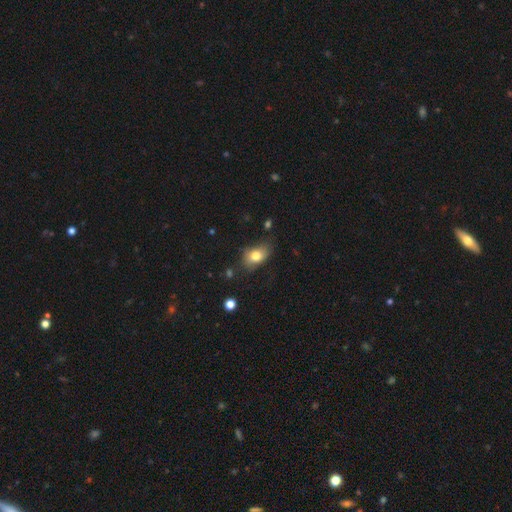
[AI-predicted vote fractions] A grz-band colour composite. It shows a smooth galaxy with no disk features (76%) that is in between round and cigar-shaped (79%). Merging: none (59%).